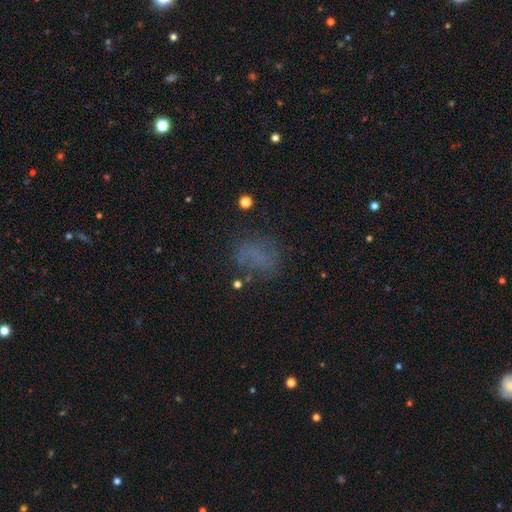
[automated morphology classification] Overall: smooth (57%; star or artifact 24%). How rounded: in between (67%; round 30%). Merging: none (61%).